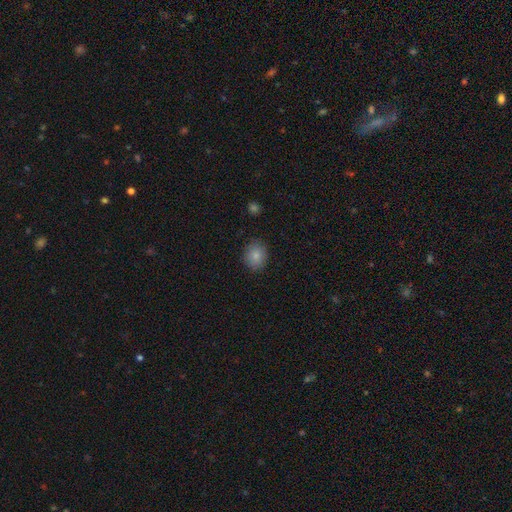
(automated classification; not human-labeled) Smooth or featured? smooth (84%)
How rounded? round (63%)
Merging? none (87%)